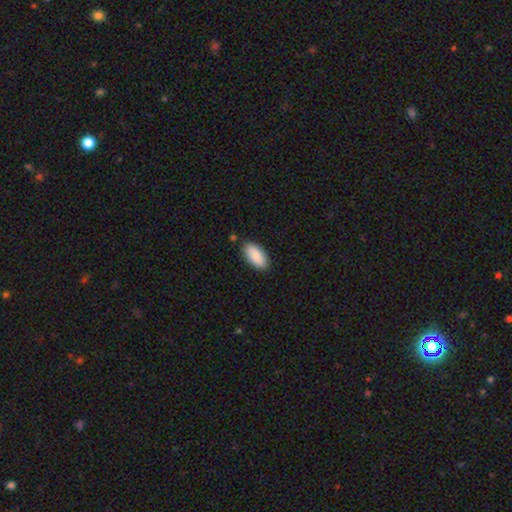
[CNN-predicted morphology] This appears to be a smooth galaxy with no disk features (88%) that is in between round and cigar-shaped (93%). Merging: none (87%).